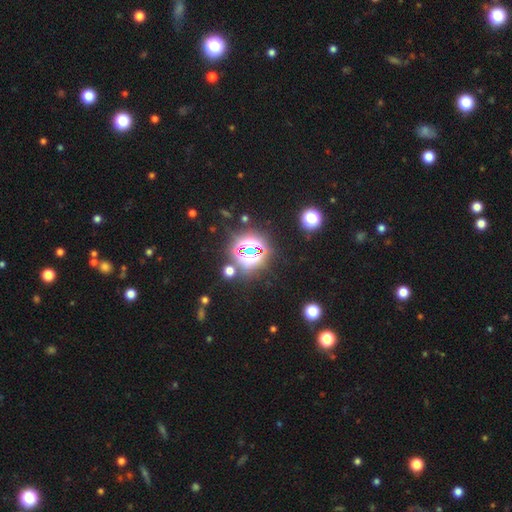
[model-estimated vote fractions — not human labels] smooth_or_featured: star or artifact (p=0.78) [alt: smooth p=0.15]